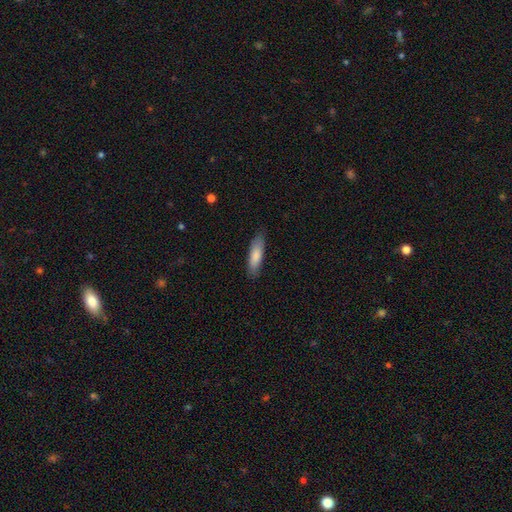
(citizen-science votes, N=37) Smooth or featured? 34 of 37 (92%) said smooth. How rounded? 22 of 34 (65%) said cigar-shaped. Merging? 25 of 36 (69%) said none.